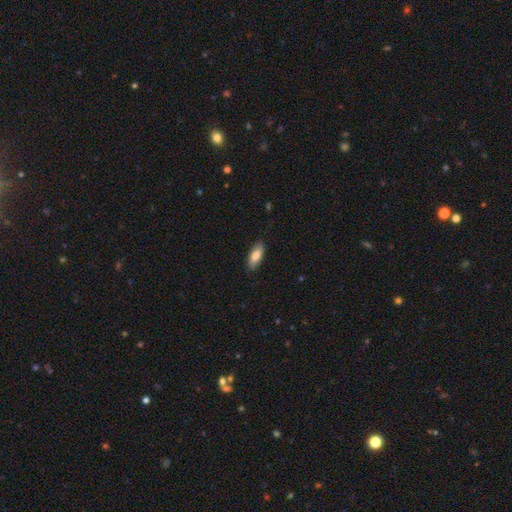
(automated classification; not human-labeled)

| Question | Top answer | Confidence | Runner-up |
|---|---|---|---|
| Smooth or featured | smooth | 76% | featured or disk (18%) |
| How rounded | in between | 80% | cigar-shaped (18%) |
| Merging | none | 85% | minor disturbance (12%) |